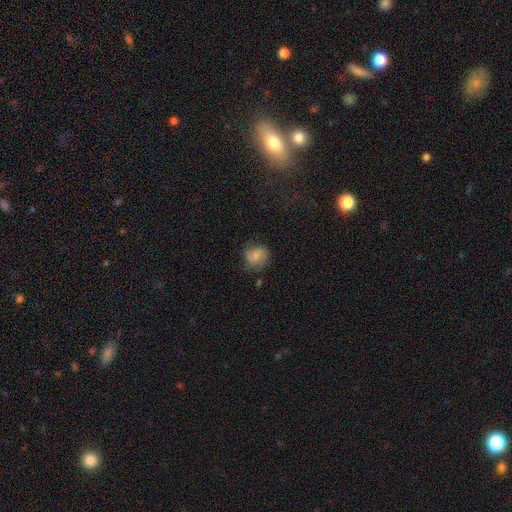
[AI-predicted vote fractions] smooth_or_featured: smooth (p=0.62) [alt: featured or disk p=0.28]
how_rounded: round (p=0.79) [alt: in between p=0.20]
merging: none (p=0.64) [alt: minor disturbance p=0.24]